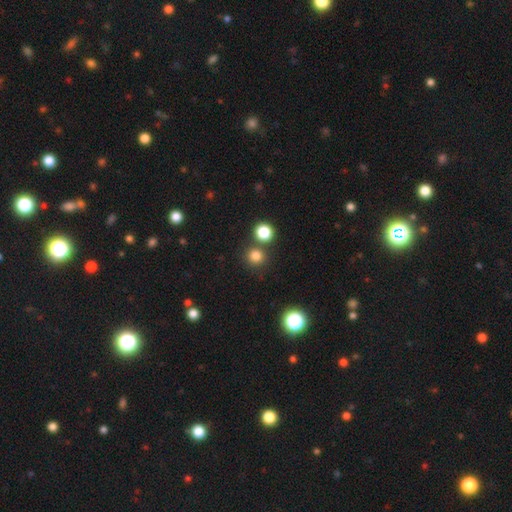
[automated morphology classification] Overall: smooth (79%). How rounded: round (92%). Merging: none (78%).